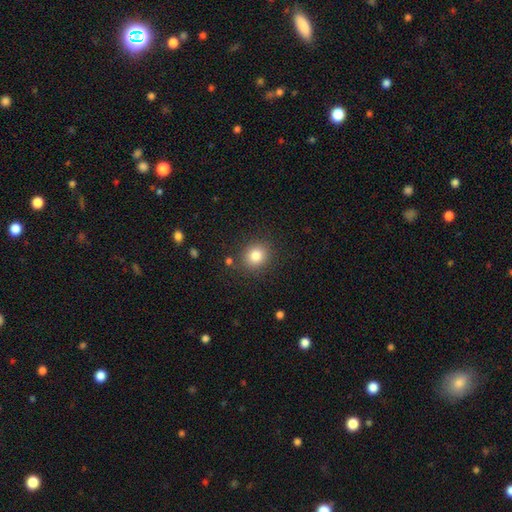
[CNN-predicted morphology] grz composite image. It shows a smooth galaxy with no disk features (82%) that is round (80%). Merging: none (86%).